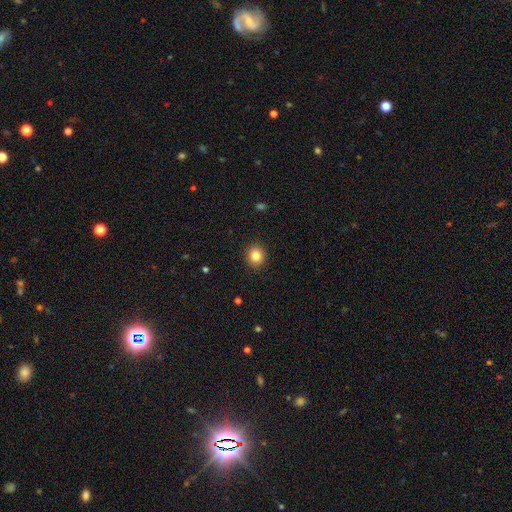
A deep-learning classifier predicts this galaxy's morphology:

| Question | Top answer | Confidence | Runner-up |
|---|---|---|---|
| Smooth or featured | smooth | 84% | star or artifact (10%) |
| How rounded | round | 81% | in between (18%) |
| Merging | none | 91% | minor disturbance (6%) |